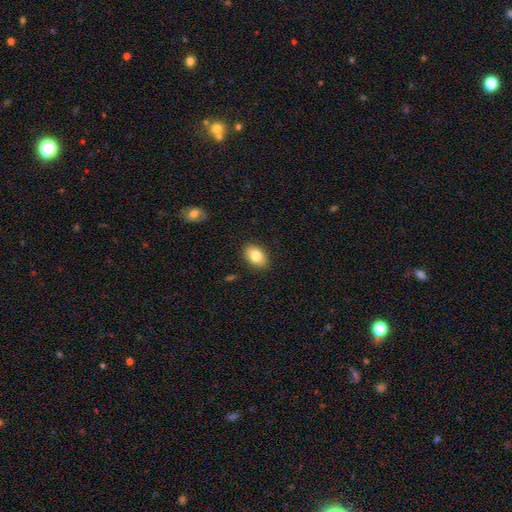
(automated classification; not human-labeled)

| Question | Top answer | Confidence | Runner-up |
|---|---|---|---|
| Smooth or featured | smooth | 80% | featured or disk (12%) |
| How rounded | in between | 86% | round (13%) |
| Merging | none | 88% | minor disturbance (8%) |